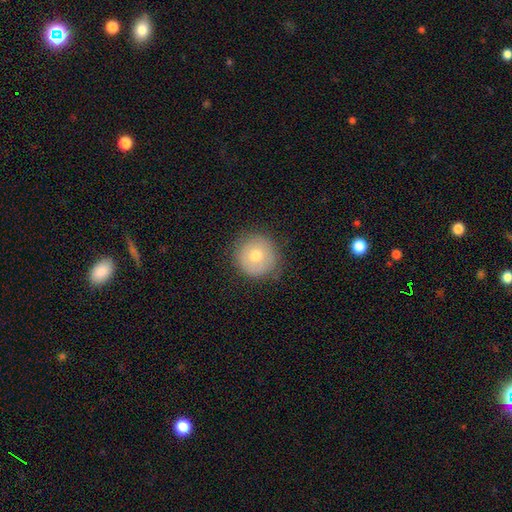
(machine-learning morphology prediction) Smooth or featured? Predicted: smooth (p=0.65). How rounded? Predicted: round (p=0.95). Merging? Predicted: none (p=0.85).